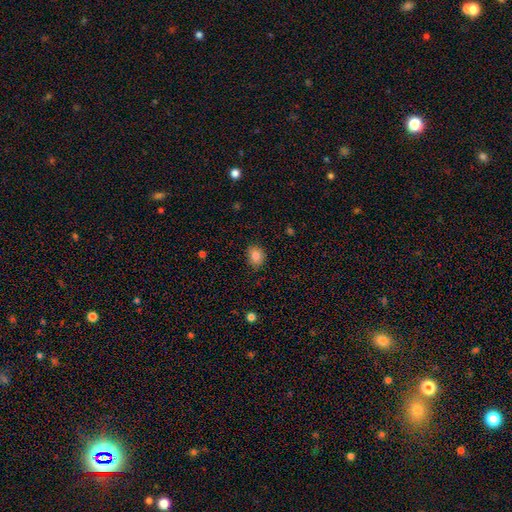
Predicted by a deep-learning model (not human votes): Morphology: type=smooth (84%); roundness=round (58%); merging=none (85%).